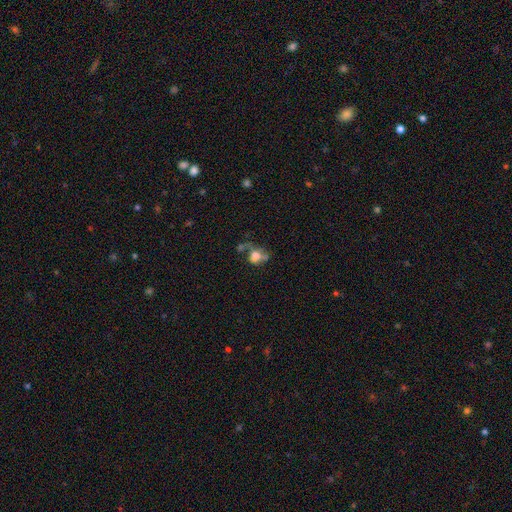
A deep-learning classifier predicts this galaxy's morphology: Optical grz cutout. It shows a smooth galaxy with no disk features (53%) that is in between round and cigar-shaped (58%). Merging: merger (33%).